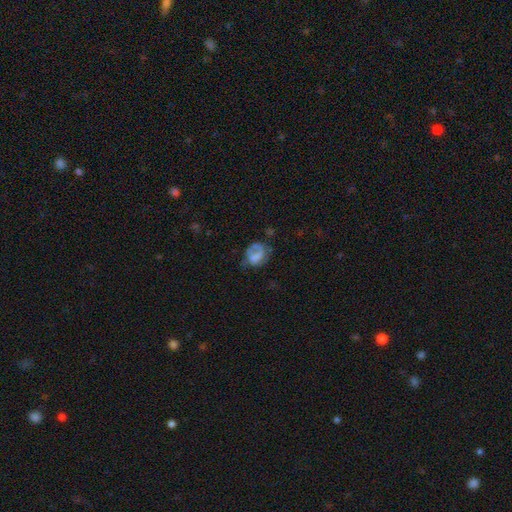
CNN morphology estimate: Smooth or featured?
  - smooth: 53% *
  - featured or disk: 35%
  - star or artifact: 11%
How rounded?
  - in between: 53% *
  - round: 46%
  - cigar-shaped: 1%
Merging?
  - none: 36% *
  - major disturbance: 33%
  - minor disturbance: 27%
  - merger: 4%